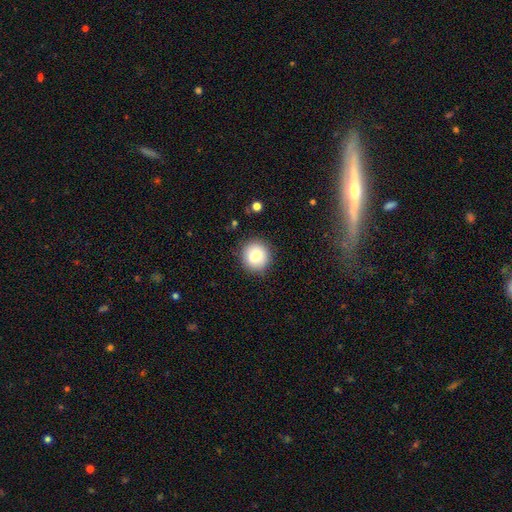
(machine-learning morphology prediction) Smooth or featured: smooth — 84% (star or artifact — 9%)
How rounded: round — 93% (in between — 7%)
Merging: none — 89% (minor disturbance — 7%)